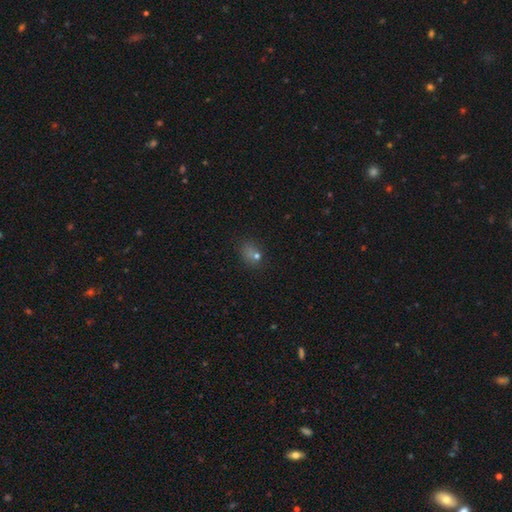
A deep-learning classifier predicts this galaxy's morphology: A smooth galaxy with no disk features (65%) that is in between round and cigar-shaped (53%). Merging: none (59%).